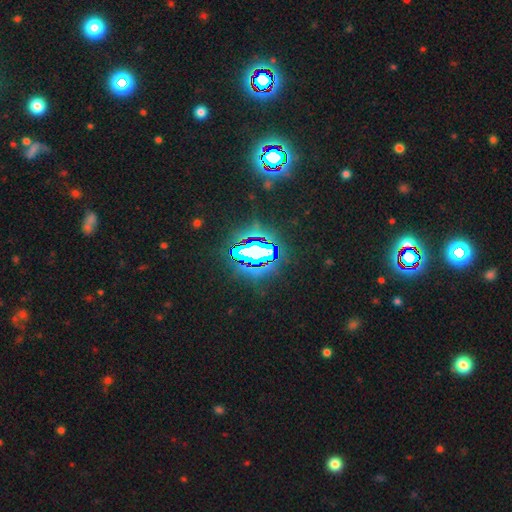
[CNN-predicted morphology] A star or artifact, not a galaxy (78%).

Vote fractions:
- Smooth or featured? star or artifact: 78% / smooth: 11% / featured or disk: 11%